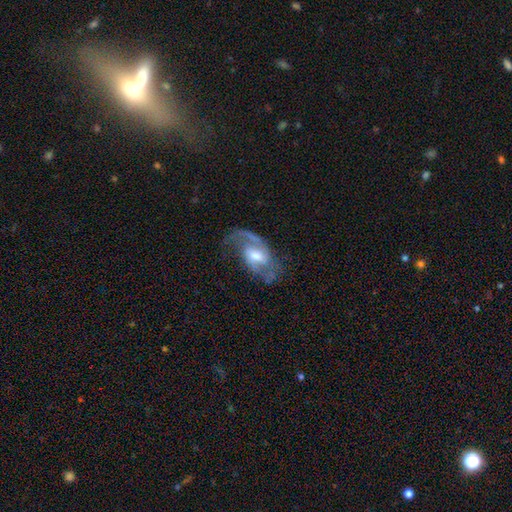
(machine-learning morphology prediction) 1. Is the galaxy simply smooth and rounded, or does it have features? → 84% featured or disk, 10% smooth, 6% star or artifact.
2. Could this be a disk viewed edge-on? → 96% no, 4% yes.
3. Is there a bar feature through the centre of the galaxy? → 52% weak, 27% no, 21% strong.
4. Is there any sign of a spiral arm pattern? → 94% yes, 6% no.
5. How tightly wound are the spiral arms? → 46% medium, 40% loose, 14% tight.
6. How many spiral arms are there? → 72% 2, 16% 1, 7% can't tell, 3% 3, 1% 4, 1% more than 4.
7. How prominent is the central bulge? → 63% moderate, 25% small, 9% large, 2% none, 1% dominant.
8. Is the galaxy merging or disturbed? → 57% none, 20% minor disturbance, 20% major disturbance, 2% merger.